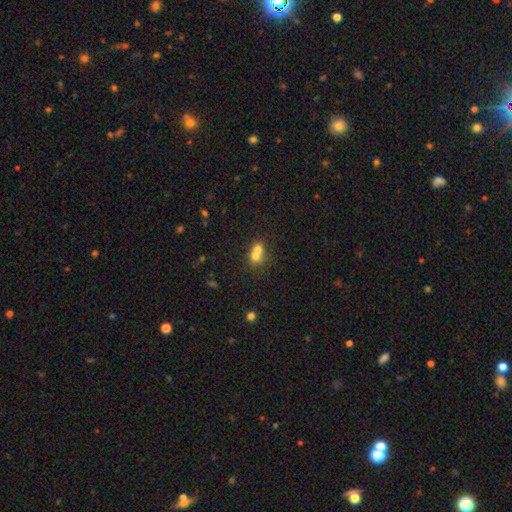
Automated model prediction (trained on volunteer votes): Smooth or featured? Predicted: smooth (p=0.67). How rounded? Predicted: round (p=0.62). Merging? Predicted: merger (p=0.70).